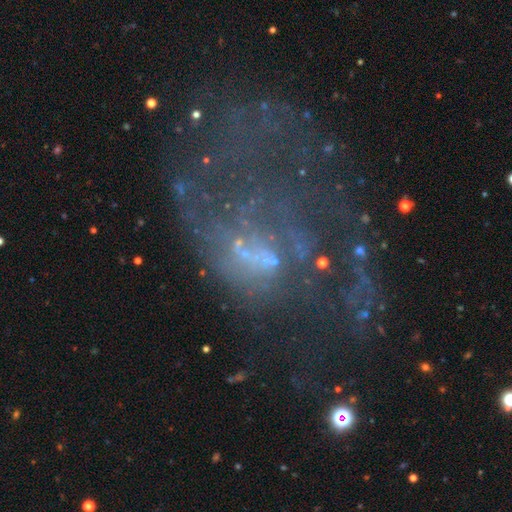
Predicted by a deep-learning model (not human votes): Morphology: type=featured or disk (66%); edge-on=no (97%); bar=no (65%); spiral arms=no (57%); bulge=none (53%); merging=major disturbance (48%).